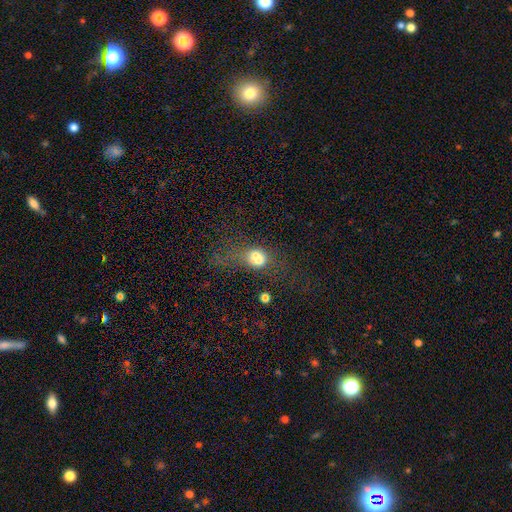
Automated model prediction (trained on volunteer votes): This is likely a smooth galaxy (62%). How rounded: possibly round (53%). Merging: possibly merger (54%).